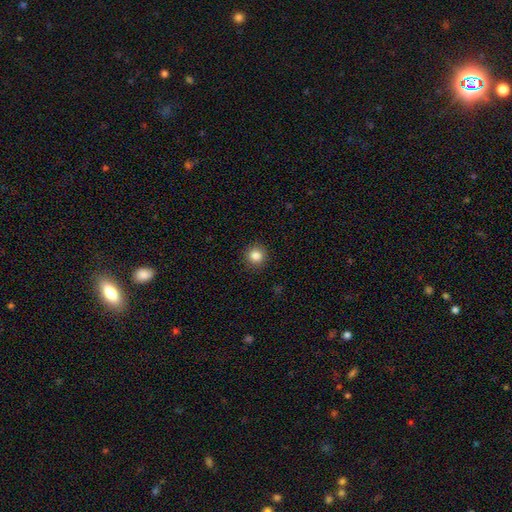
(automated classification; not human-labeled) This is clearly a smooth galaxy (85%). How rounded: clearly round (94%). Merging: clearly none (92%).